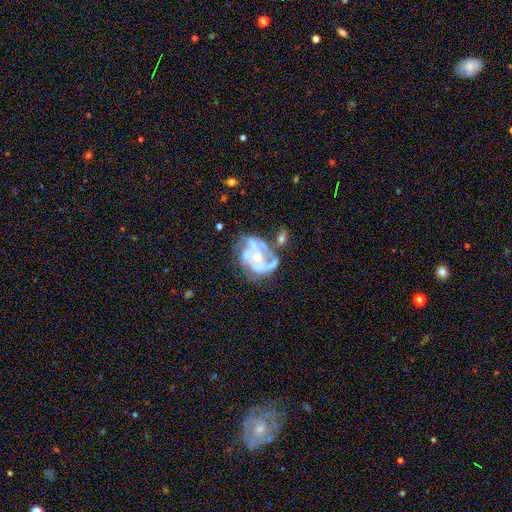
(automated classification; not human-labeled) smooth_or_featured: featured or disk (p=0.79) [alt: smooth p=0.12]
disk_edge_on: no (p=0.98) [alt: yes p=0.02]
bar: no (p=0.72) [alt: weak p=0.21]
has_spiral_arms: yes (p=0.67) [alt: no p=0.33]
spiral_winding: medium (p=0.44) [alt: tight p=0.34]
spiral_arm_count: can't tell (p=0.31) [alt: 3 p=0.27]
bulge_size: small (p=0.54) [alt: moderate p=0.28]
merging: none (p=0.36) [alt: major disturbance p=0.28]